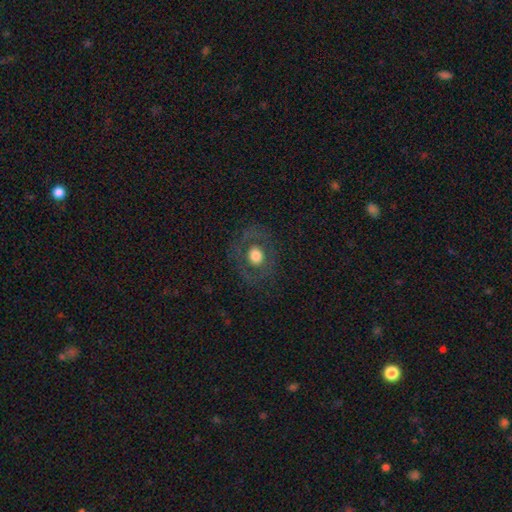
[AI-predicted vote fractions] smooth_or_featured: smooth (p=0.58) [alt: featured or disk p=0.32]
how_rounded: round (p=0.66) [alt: in between p=0.33]
merging: none (p=0.81) [alt: minor disturbance p=0.11]